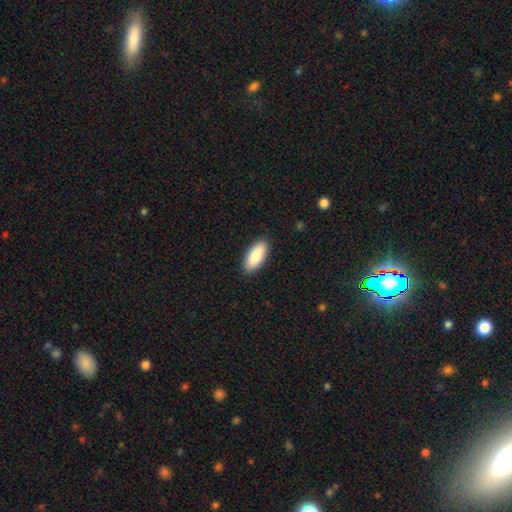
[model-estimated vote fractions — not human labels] Overall: smooth (88%). How rounded: in between (84%). Merging: none (90%).